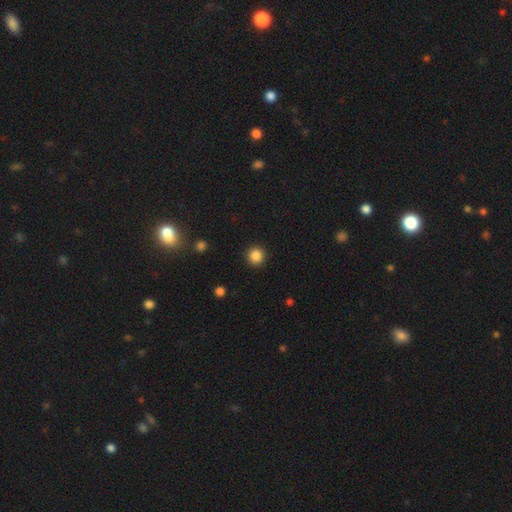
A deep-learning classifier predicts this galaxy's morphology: smooth 86%, star or artifact 10%, featured or disk 3%. Down the decision tree: how rounded — round (94%); merging — none (92%).